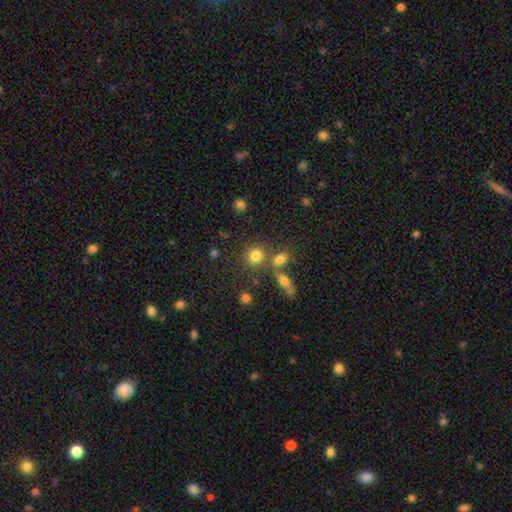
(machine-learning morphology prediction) Overall: smooth (77%). How rounded: round (82%). Merging: none (63%).